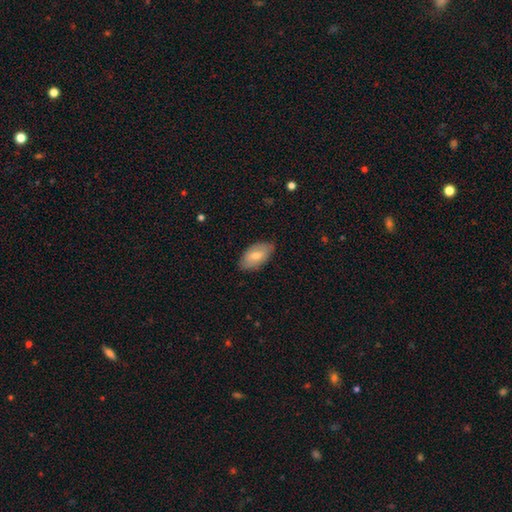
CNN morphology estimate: smooth_or_featured: smooth (p=0.71) [alt: featured or disk p=0.23]
how_rounded: in between (p=0.94) [alt: round p=0.04]
merging: none (p=0.79) [alt: minor disturbance p=0.17]